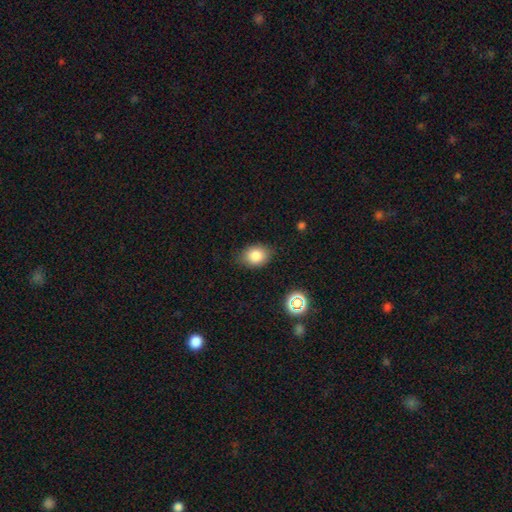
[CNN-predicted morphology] This appears to be a smooth galaxy with no disk features (84%) that is in between round and cigar-shaped (66%). Merging: none (79%).